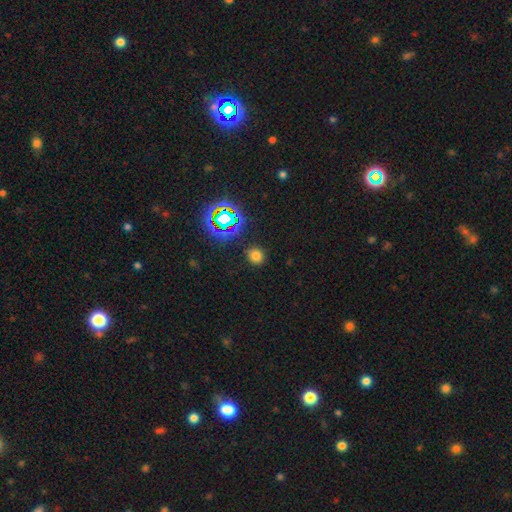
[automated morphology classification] Smooth or featured? Predicted: smooth (p=0.69). How rounded? Predicted: round (p=0.84). Merging? Predicted: none (p=0.87).